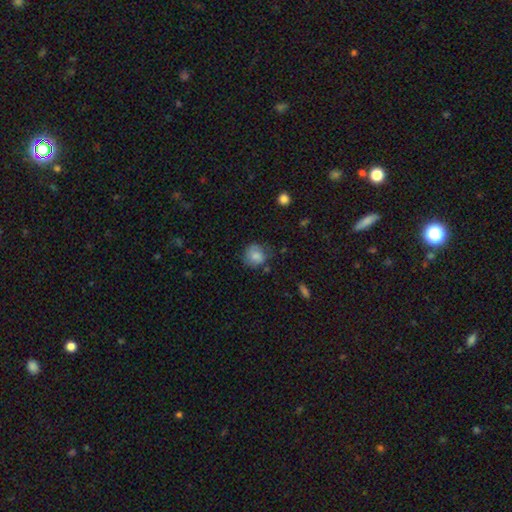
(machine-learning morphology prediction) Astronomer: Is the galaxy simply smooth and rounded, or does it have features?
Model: smooth — 80%.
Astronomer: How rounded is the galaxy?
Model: round — 80%.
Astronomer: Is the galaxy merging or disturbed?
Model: none — 64%.